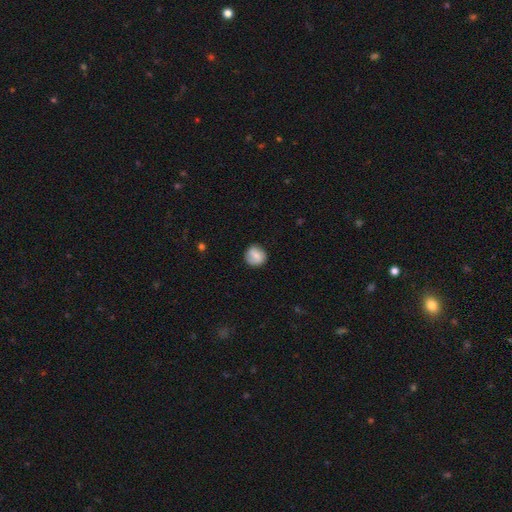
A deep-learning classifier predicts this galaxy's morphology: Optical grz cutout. It shows a smooth galaxy with no disk features (73%) that is round (85%). Merging: none (79%).